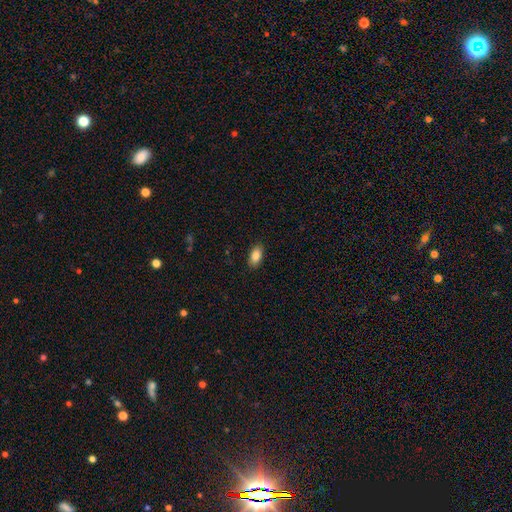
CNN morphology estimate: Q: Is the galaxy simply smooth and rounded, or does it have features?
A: smooth — 86%.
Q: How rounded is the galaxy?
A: in between — 92%.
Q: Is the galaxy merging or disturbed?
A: none — 88%.